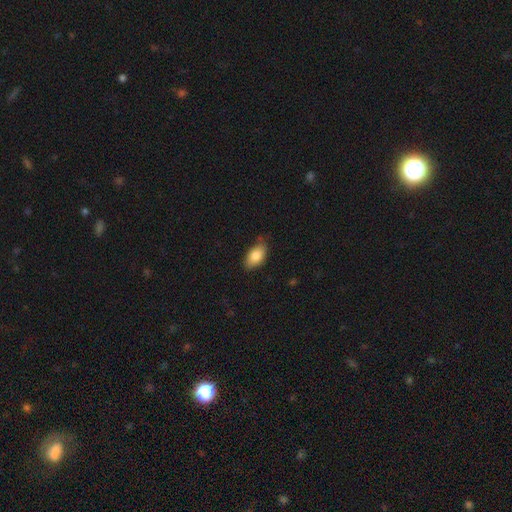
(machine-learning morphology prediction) Smooth or featured?
  - smooth: 84% *
  - featured or disk: 9%
  - star or artifact: 7%
How rounded?
  - in between: 92% *
  - round: 5%
  - cigar-shaped: 3%
Merging?
  - none: 71% *
  - minor disturbance: 24%
  - major disturbance: 4%
  - merger: 1%